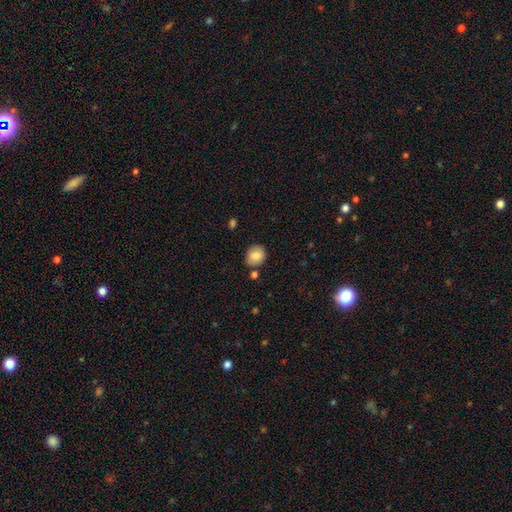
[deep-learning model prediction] Morphology: type=smooth (84%); roundness=round (72%); merging=none (78%).